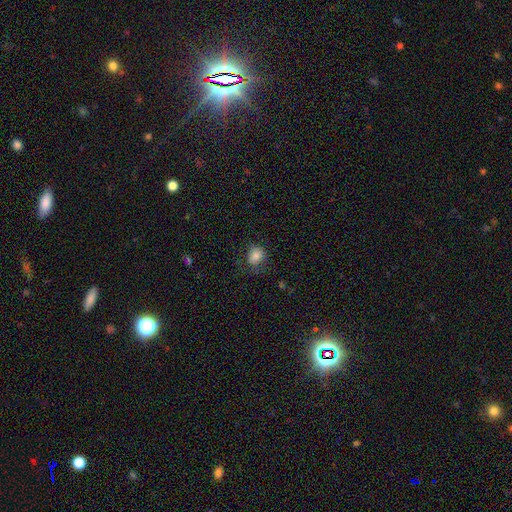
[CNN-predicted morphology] Overall: smooth (82%). How rounded: round (62%; in between 38%). Merging: none (69%).